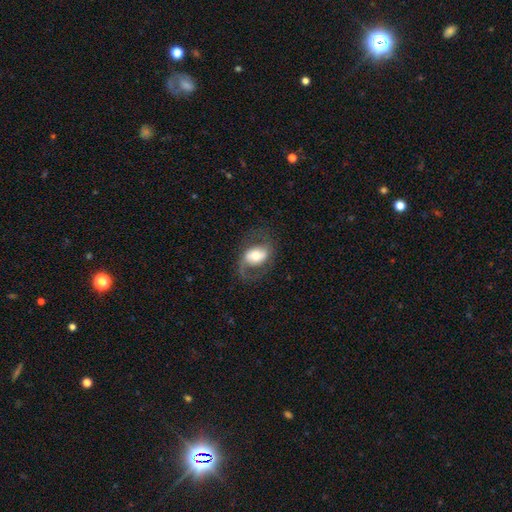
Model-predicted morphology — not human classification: Overall: featured or disk (59%; smooth 34%). Edge-on disk: no (95%). Bar: no (42%; weak 34%). Spiral arms: yes (79%). Bulge size: moderate (56%; large 23%). Merging: none (65%).